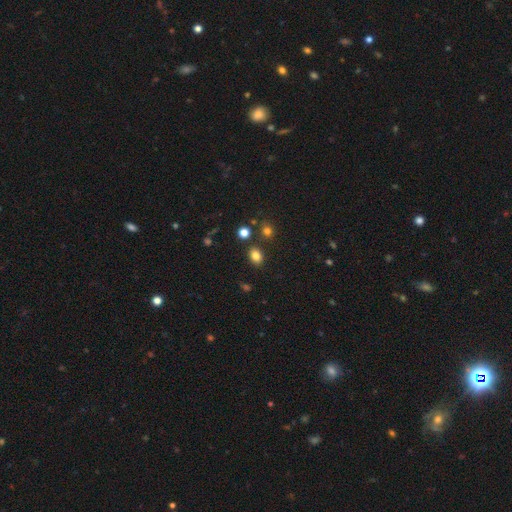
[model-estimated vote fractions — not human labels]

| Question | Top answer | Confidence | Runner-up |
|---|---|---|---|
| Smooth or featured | smooth | 81% | star or artifact (13%) |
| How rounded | in between | 65% | round (34%) |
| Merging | none | 82% | minor disturbance (10%) |